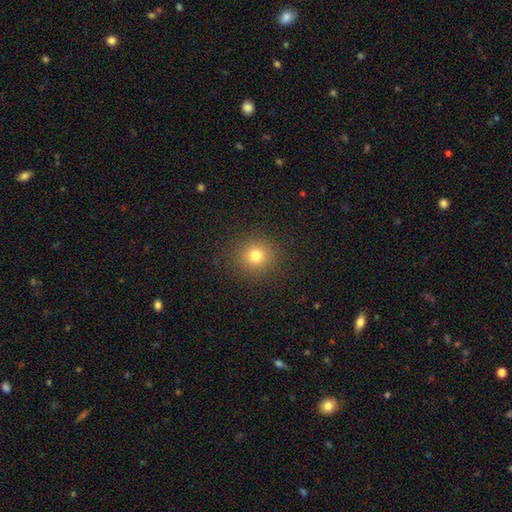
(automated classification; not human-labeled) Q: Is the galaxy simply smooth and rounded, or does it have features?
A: smooth — 77%.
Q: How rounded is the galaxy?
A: round — 91%.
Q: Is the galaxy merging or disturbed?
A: none — 89%.